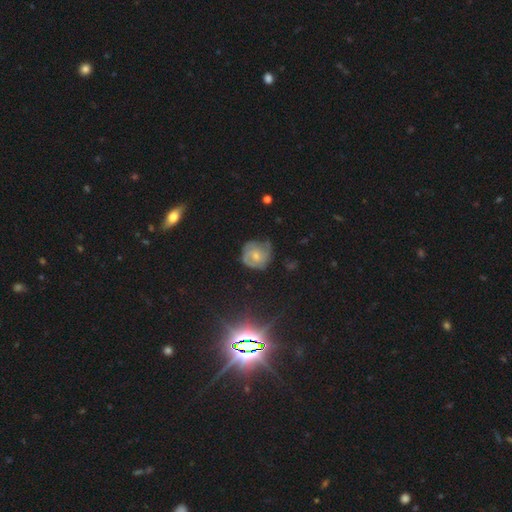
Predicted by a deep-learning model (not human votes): smooth_or_featured: featured or disk (p=0.50) [alt: smooth p=0.40]
disk_edge_on: no (p=0.97) [alt: yes p=0.03]
merging: none (p=0.55) [alt: minor disturbance p=0.31]